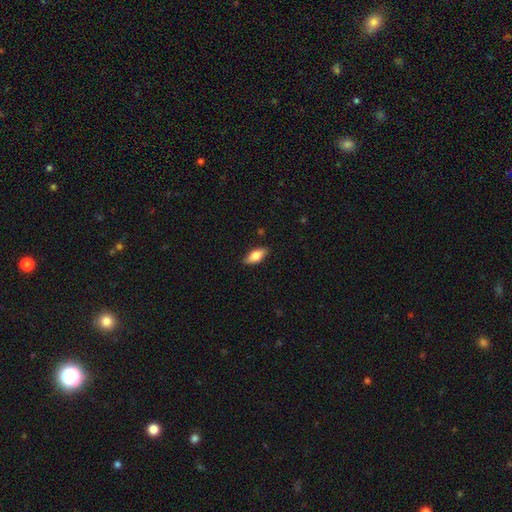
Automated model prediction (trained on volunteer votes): Smooth or featured? Predicted: smooth (p=0.73). How rounded? Predicted: in between (p=0.82). Merging? Predicted: none (p=0.86).